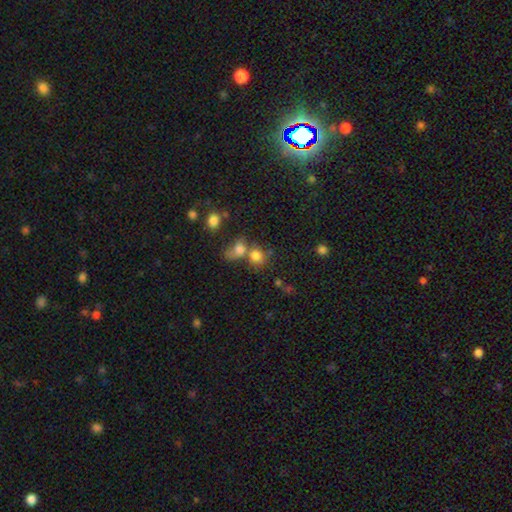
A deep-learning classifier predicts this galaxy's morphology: A smooth galaxy with no disk features (76%) that is round (72%).

Vote fractions:
- Smooth or featured? smooth: 76% / star or artifact: 13% / featured or disk: 11%
- How rounded? round: 72% / in between: 26% / cigar-shaped: 1%
- Merging? merger: 50% / none: 35% / minor disturbance: 9% / major disturbance: 6%